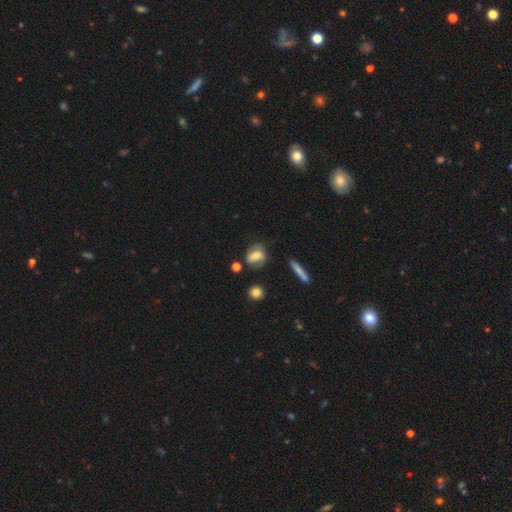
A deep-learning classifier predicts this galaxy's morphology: smooth-or-featured: smooth: 55% | featured or disk: 35% | star or artifact: 10%
  how-rounded: in between: 61% | round: 33% | cigar-shaped: 6%
  merging: none: 59% | minor disturbance: 24% | major disturbance: 11% | merger: 6%